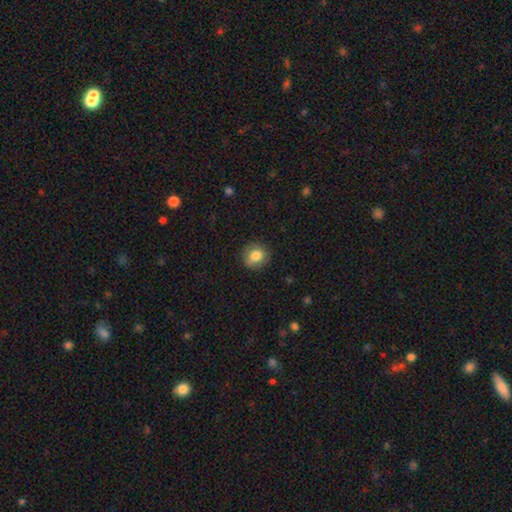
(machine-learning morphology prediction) A smooth galaxy with no disk features (81%) that is round (78%). Merging: none (82%).